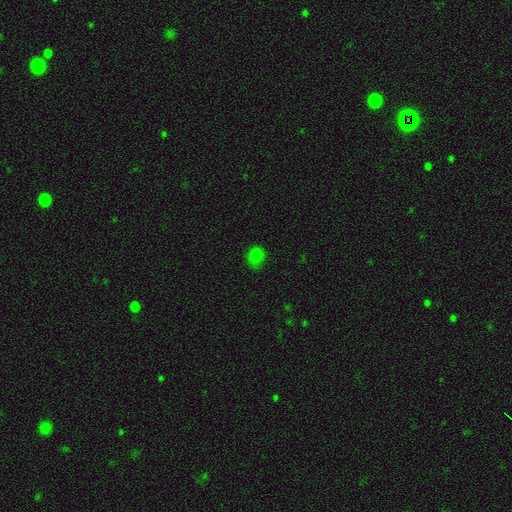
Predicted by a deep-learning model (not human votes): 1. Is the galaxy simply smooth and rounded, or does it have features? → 79% smooth, 17% star or artifact, 4% featured or disk.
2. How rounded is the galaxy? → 59% round, 40% in between, 1% cigar-shaped.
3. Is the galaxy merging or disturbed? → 77% none, 18% minor disturbance, 4% major disturbance, 1% merger.